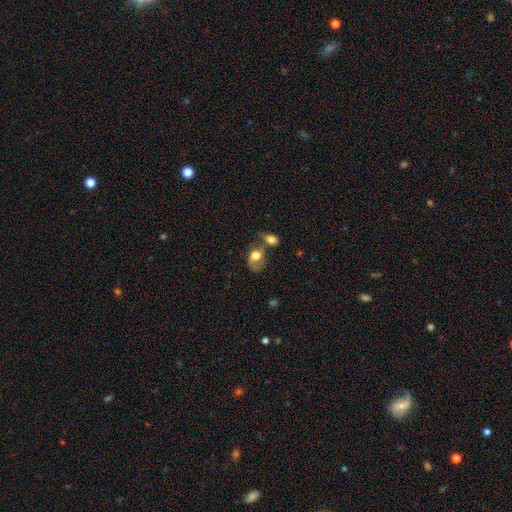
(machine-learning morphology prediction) Smooth or featured? smooth (63%)
How rounded? in between (63%)
Merging? merger (44%)